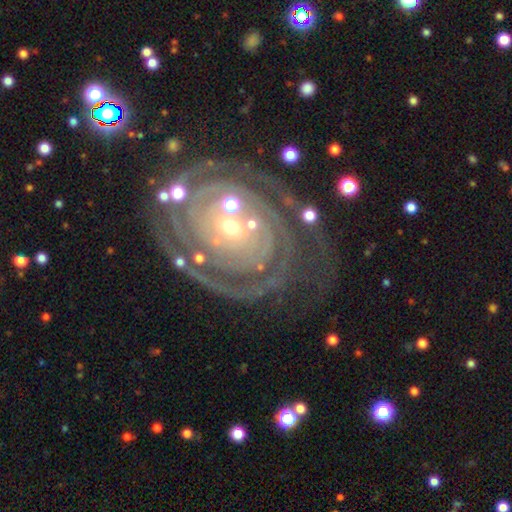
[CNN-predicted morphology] Q: Smooth or featured?
A: featured or disk (88%); runner-up: star or artifact (7%)
Q: Edge-on disk?
A: no (97%); runner-up: yes (3%)
Q: Bar?
A: no (75%); runner-up: weak (17%)
Q: Spiral arms?
A: yes (96%); runner-up: no (4%)
Q: Spiral winding?
A: tight (83%); runner-up: medium (14%)
Q: Spiral arm count?
A: can't tell (26%); runner-up: 2 (24%)
Q: Bulge size?
A: small (66%); runner-up: moderate (28%)
Q: Merging?
A: none (65%); runner-up: minor disturbance (17%)